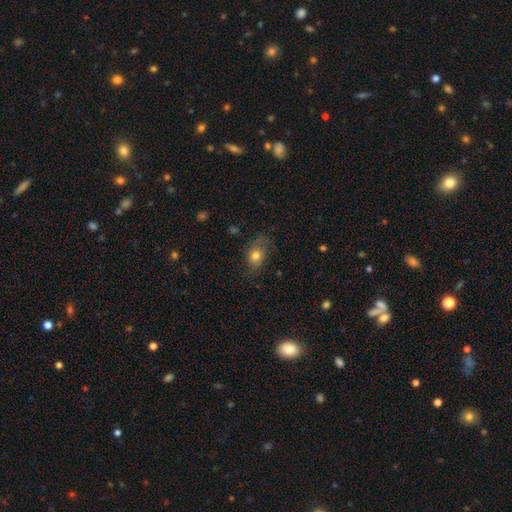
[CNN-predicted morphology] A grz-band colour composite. It shows a smooth galaxy with no disk features (66%) that is in between round and cigar-shaped (69%). Merging: none (62%).